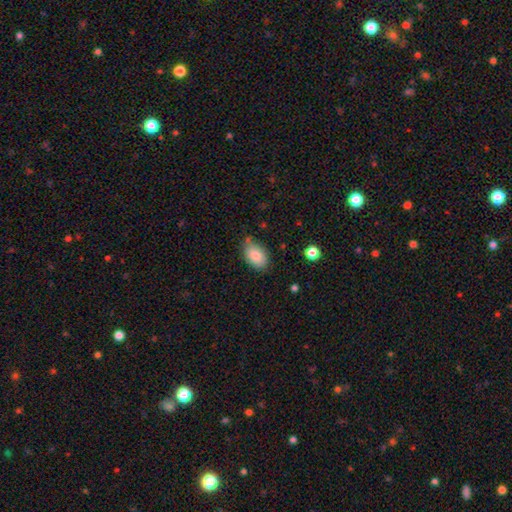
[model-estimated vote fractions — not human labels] A smooth galaxy with no disk features (84%) that is in between round and cigar-shaped (89%).

Vote fractions:
- Smooth or featured? smooth: 84% / featured or disk: 8% / star or artifact: 8%
- How rounded? in between: 89% / round: 10% / cigar-shaped: 1%
- Merging? none: 75% / minor disturbance: 19% / major disturbance: 4% / merger: 3%